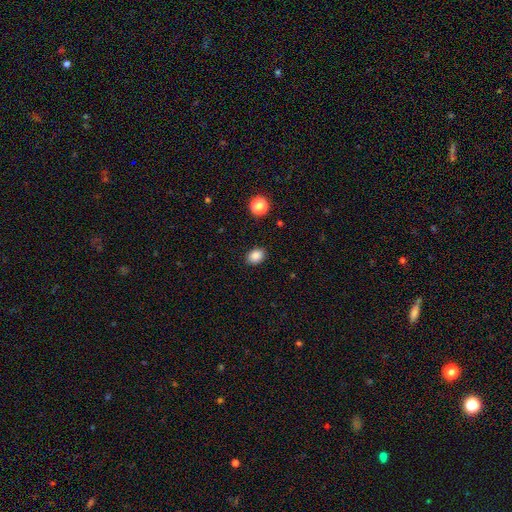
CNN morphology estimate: This appears to be a smooth galaxy with no disk features (86%) that is in between round and cigar-shaped (62%). Merging: none (88%).